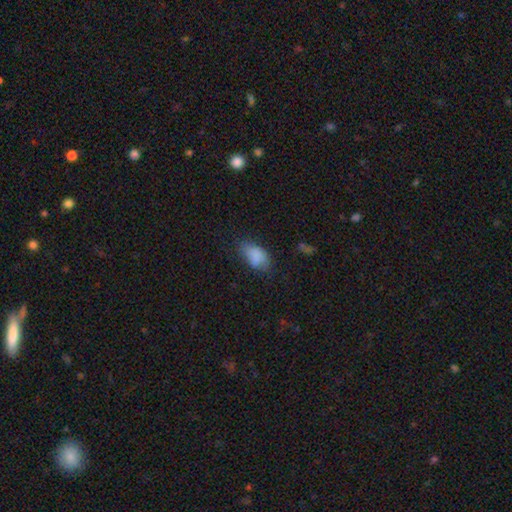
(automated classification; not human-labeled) A smooth galaxy with no disk features (80%) that is in between round and cigar-shaped (92%). Merging: none (49%).